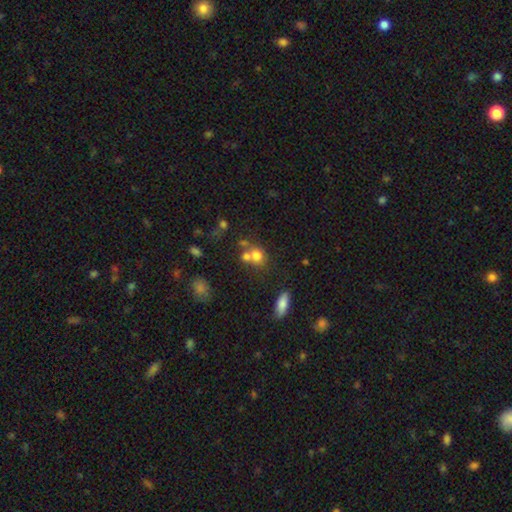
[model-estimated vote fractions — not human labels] This is likely a smooth galaxy (72%). How rounded: likely round (68%). Merging: possibly merger (47%).